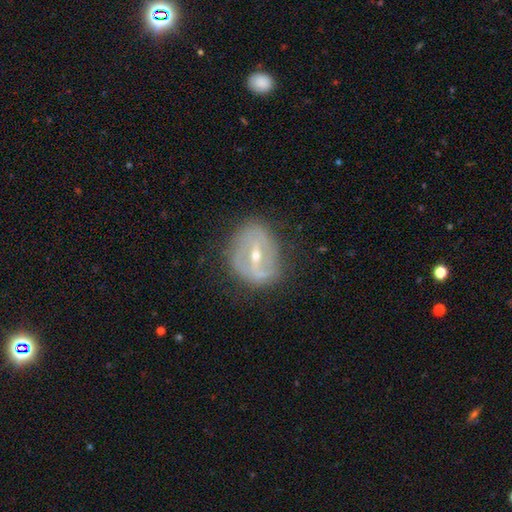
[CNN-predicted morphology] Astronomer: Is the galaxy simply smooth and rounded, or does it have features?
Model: featured or disk — 78%.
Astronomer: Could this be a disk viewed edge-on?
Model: no — 94%.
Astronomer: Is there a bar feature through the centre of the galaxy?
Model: strong — 52% (runner-up: weak, 34%).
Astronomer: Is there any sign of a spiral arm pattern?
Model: yes — 63%.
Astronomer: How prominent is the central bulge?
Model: small — 52% (runner-up: moderate, 46%).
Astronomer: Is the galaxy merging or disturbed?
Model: none — 71%.